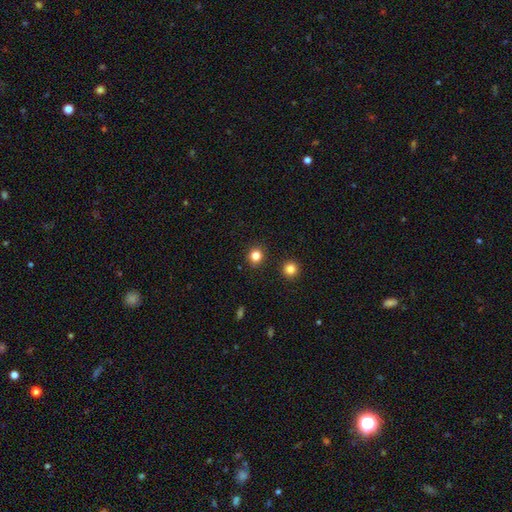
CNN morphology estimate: A smooth galaxy with no disk features (81%) that is round (87%).

Vote fractions:
- Smooth or featured? smooth: 81% / star or artifact: 14% / featured or disk: 5%
- How rounded? round: 87% / in between: 12% / cigar-shaped: 1%
- Merging? none: 90% / minor disturbance: 6% / major disturbance: 2% / merger: 2%